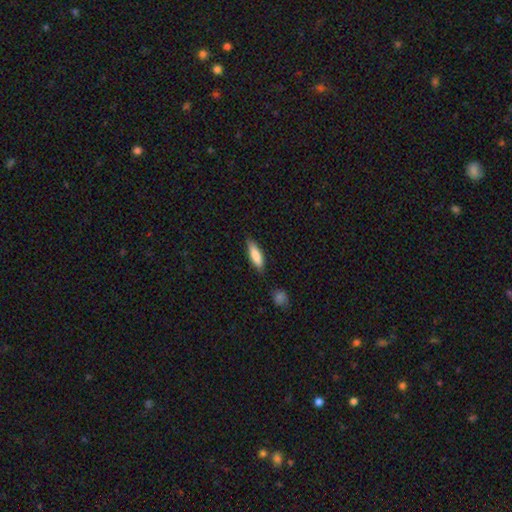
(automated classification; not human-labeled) Smooth or featured?
  - smooth: 83% *
  - featured or disk: 12%
  - star or artifact: 6%
How rounded?
  - cigar-shaped: 59% *
  - in between: 39%
  - round: 2%
Merging?
  - none: 81% *
  - minor disturbance: 13%
  - major disturbance: 3%
  - merger: 3%